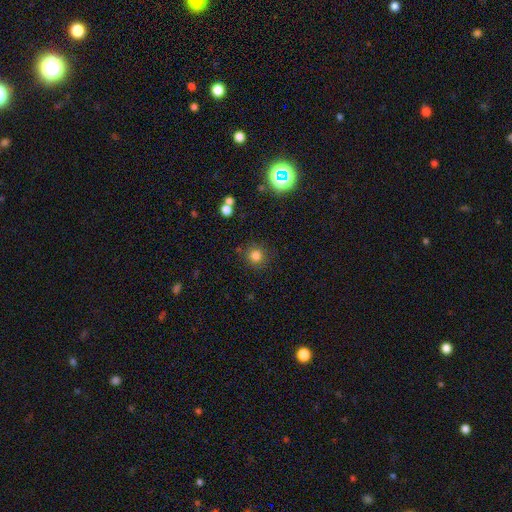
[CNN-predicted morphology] Q: Smooth or featured?
A: smooth (80%); runner-up: star or artifact (14%)
Q: How rounded?
A: round (91%); runner-up: in between (8%)
Q: Merging?
A: none (84%); runner-up: minor disturbance (10%)